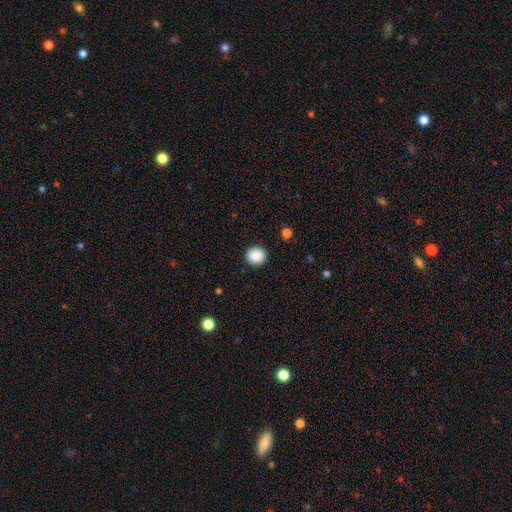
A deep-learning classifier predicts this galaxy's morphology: The model was most divided on "smooth or featured": smooth: 88%, star or artifact: 9%, featured or disk: 4%. More confident: merging — none (92%); how rounded — round (90%).